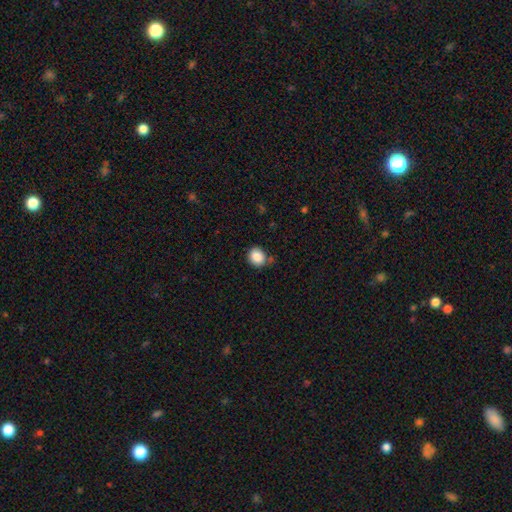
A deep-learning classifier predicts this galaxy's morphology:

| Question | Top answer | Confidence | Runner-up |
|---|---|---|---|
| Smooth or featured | smooth | 86% | star or artifact (9%) |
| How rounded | round | 74% | in between (25%) |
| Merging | none | 76% | minor disturbance (15%) |